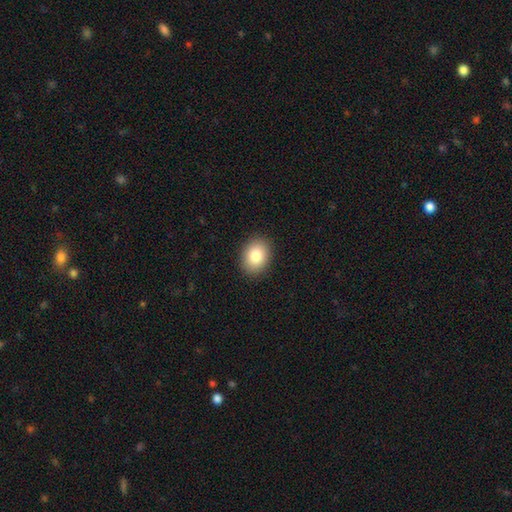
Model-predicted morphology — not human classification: smooth 83%, star or artifact 8%, featured or disk 8%. Down the decision tree: how rounded — in between (60%); merging — none (90%).